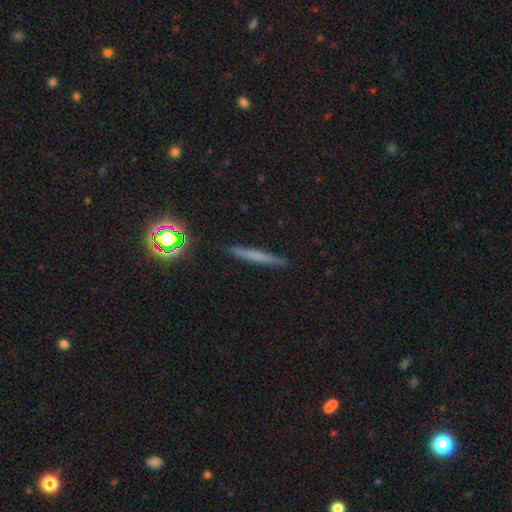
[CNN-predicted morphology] Smooth or featured?
  - smooth: 54% *
  - featured or disk: 34%
  - star or artifact: 12%
How rounded?
  - cigar-shaped: 94% *
  - in between: 4%
  - round: 3%
Merging?
  - none: 91% *
  - minor disturbance: 7%
  - major disturbance: 2%
  - merger: 1%